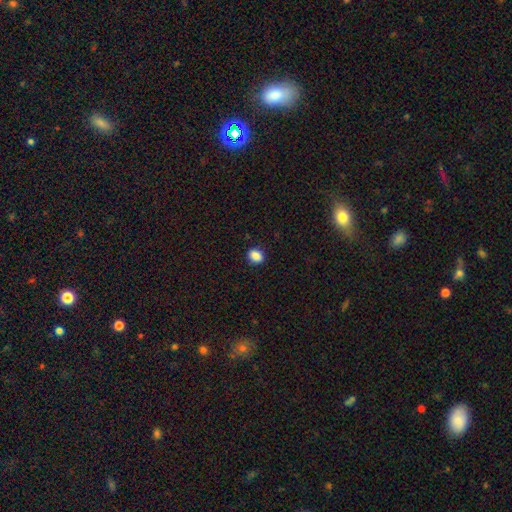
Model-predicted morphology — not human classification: Smooth or featured? Predicted: smooth (p=0.88). How rounded? Predicted: in between (p=0.53). Merging? Predicted: none (p=0.89).